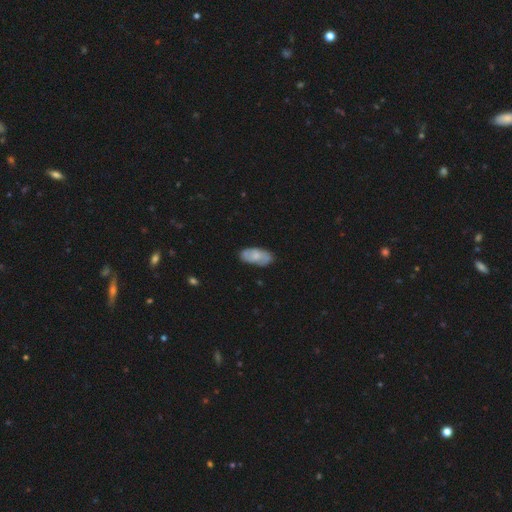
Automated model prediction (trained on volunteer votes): The model was most divided on "smooth or featured": smooth: 57%, featured or disk: 36%, star or artifact: 6%. More confident: how rounded — in between (92%); merging — none (78%).